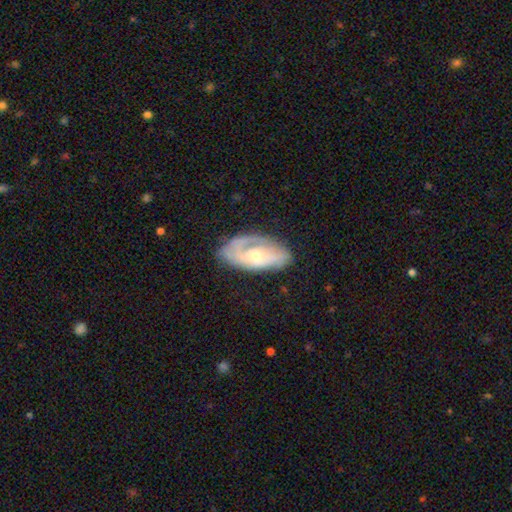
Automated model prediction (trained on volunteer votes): This is likely a featured or disk galaxy (70%). It is clearly not viewed edge-on (93%). Bar: likely no (73%). Spiral arm pattern: likely yes (78%). Spiral arm count: marginally 2 (34%). Spiral winding: possibly tight (55%). Central bulge: possibly small (52%). Merging: likely none (63%).